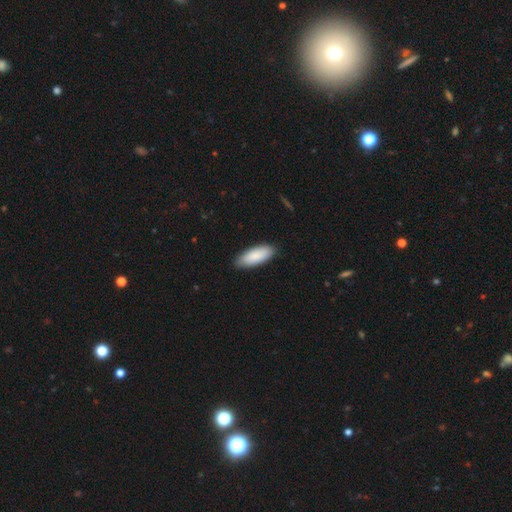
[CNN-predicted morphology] Smooth or featured?
  - smooth: 87% *
  - featured or disk: 8%
  - star or artifact: 5%
How rounded?
  - in between: 76% *
  - cigar-shaped: 22%
  - round: 1%
Merging?
  - none: 87% *
  - minor disturbance: 11%
  - major disturbance: 2%
  - merger: 1%